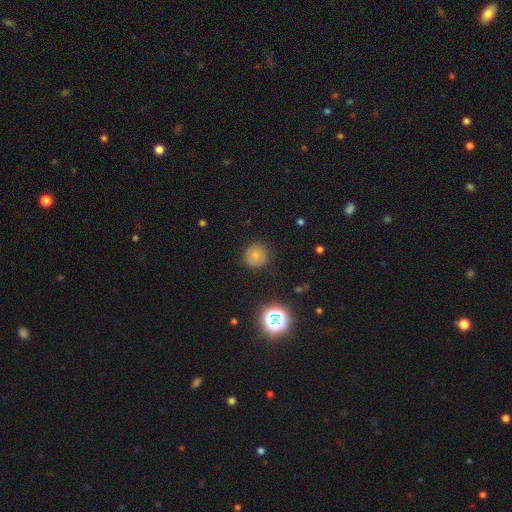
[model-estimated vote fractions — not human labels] smooth_or_featured: smooth (p=0.72) [alt: star or artifact p=0.17]
how_rounded: round (p=0.93) [alt: in between p=0.06]
merging: none (p=0.85) [alt: minor disturbance p=0.10]